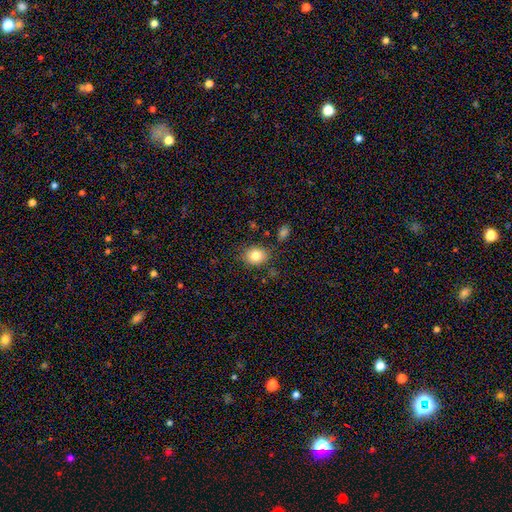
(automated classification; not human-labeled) Q: Smooth or featured?
A: smooth (82%); runner-up: star or artifact (10%)
Q: How rounded?
A: round (58%); runner-up: in between (41%)
Q: Merging?
A: none (79%); runner-up: minor disturbance (14%)